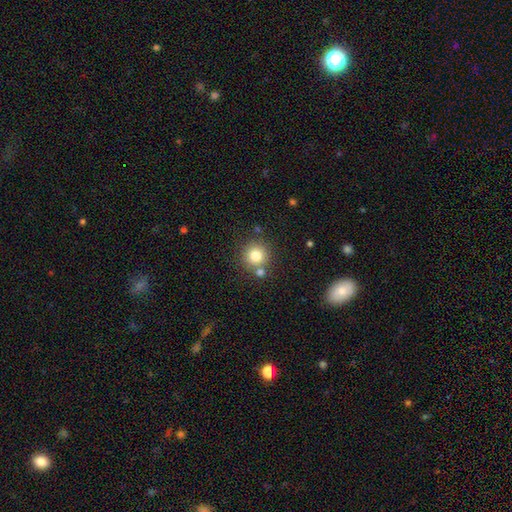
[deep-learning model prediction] smooth 80%, star or artifact 12%, featured or disk 8%. Down the decision tree: how rounded — round (93%); merging — none (75%).